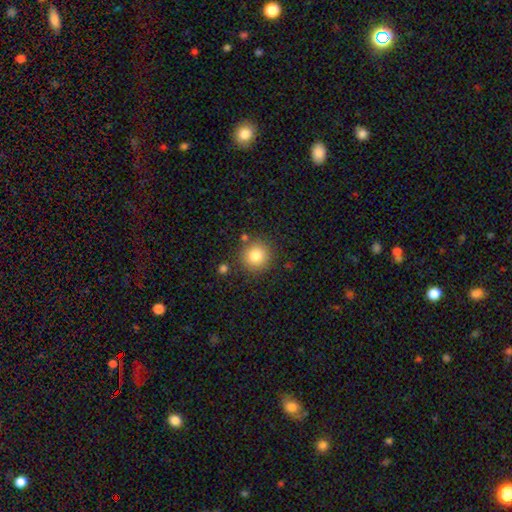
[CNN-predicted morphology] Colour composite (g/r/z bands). It shows a smooth galaxy with no disk features (82%) that is round (93%). Merging: none (84%).